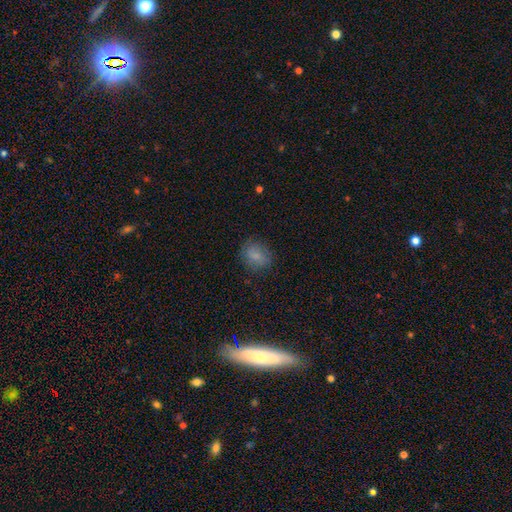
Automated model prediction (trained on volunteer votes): Smooth or featured: smooth — 79% (star or artifact — 10%)
How rounded: in between — 50% (round — 49%)
Merging: none — 77% (minor disturbance — 17%)